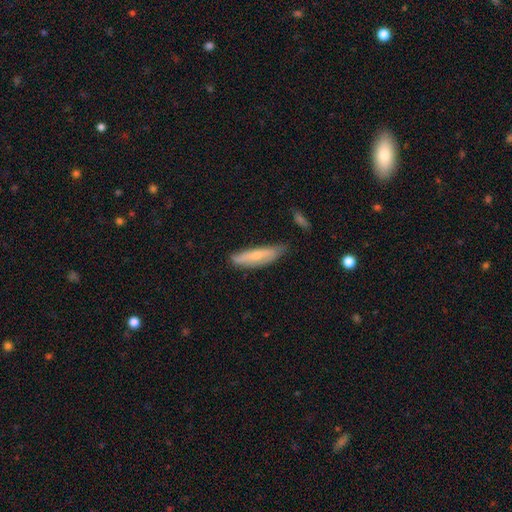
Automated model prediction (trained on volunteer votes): The model was most divided on "smooth or featured": smooth: 57%, featured or disk: 37%, star or artifact: 7%. More confident: how rounded — cigar-shaped (74%); merging — none (64%).